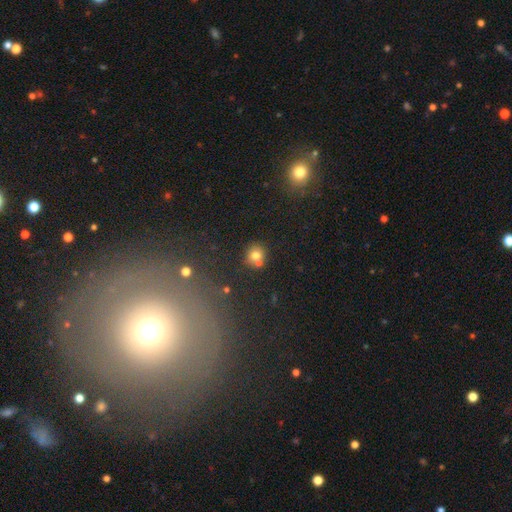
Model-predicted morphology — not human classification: This is likely a smooth galaxy (74%). How rounded: clearly round (85%). Merging: likely none (62%).